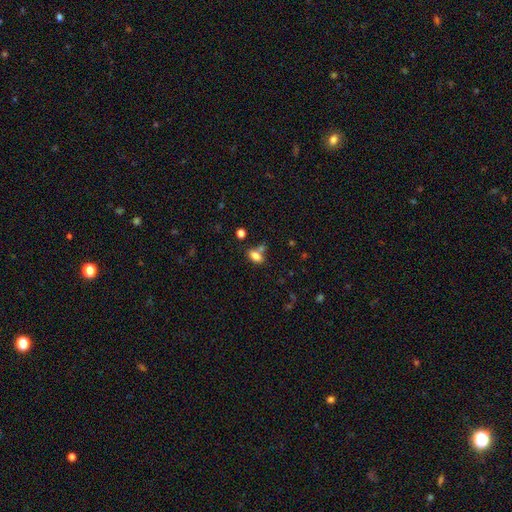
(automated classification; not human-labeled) smooth_or_featured: smooth (p=0.81) [alt: star or artifact p=0.10]
how_rounded: in between (p=0.88) [alt: round p=0.09]
merging: none (p=0.55) [alt: merger p=0.26]